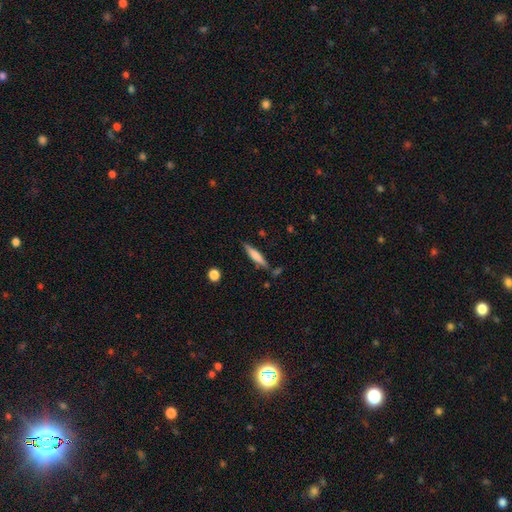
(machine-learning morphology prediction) Smooth or featured? Predicted: smooth (p=0.63). How rounded? Predicted: cigar-shaped (p=0.87). Merging? Predicted: none (p=0.80).